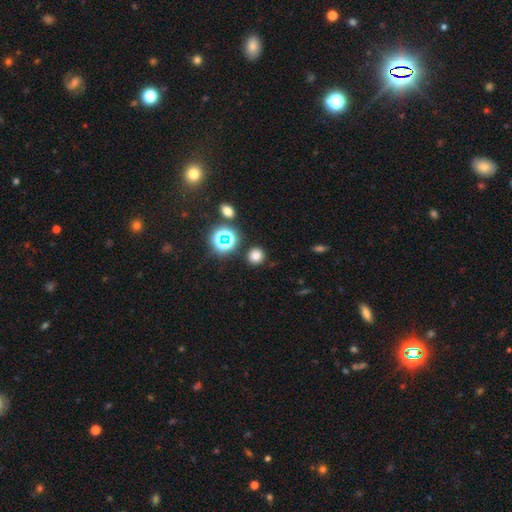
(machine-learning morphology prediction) Smooth or featured: smooth — 73% (star or artifact — 21%)
How rounded: round — 88% (in between — 11%)
Merging: none — 87% (minor disturbance — 7%)